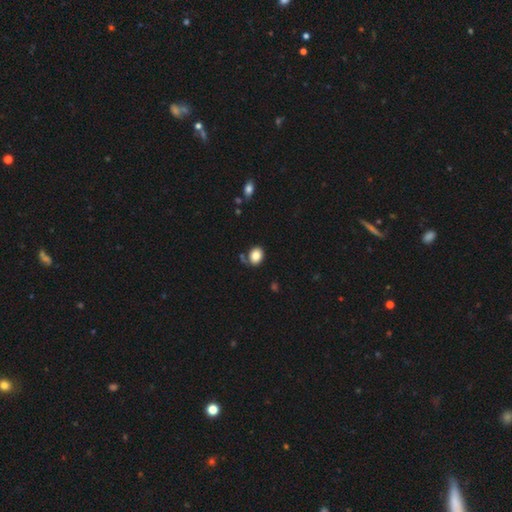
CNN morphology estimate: This appears to be a smooth galaxy with no disk features (85%) that is in between round and cigar-shaped (63%). Merging: none (76%).